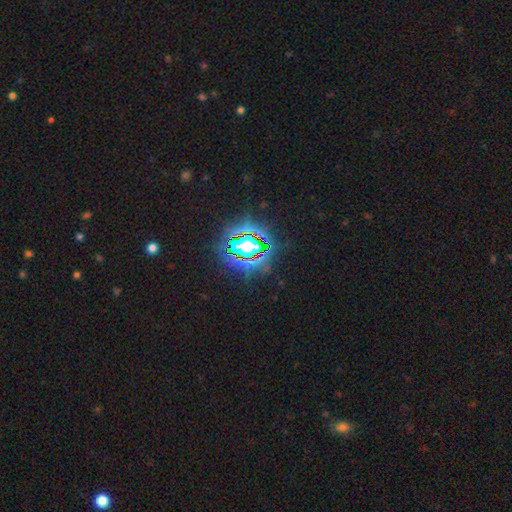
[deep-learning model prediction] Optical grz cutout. It shows a star or artifact, not a galaxy (82%).